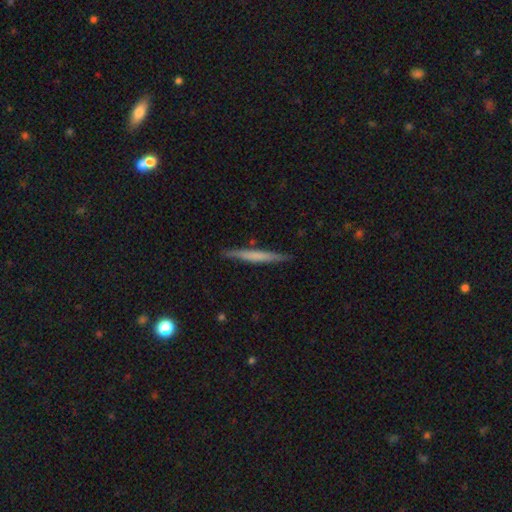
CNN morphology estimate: Overall: smooth (52%; featured or disk 42%). How rounded: cigar-shaped (96%). Merging: none (87%).